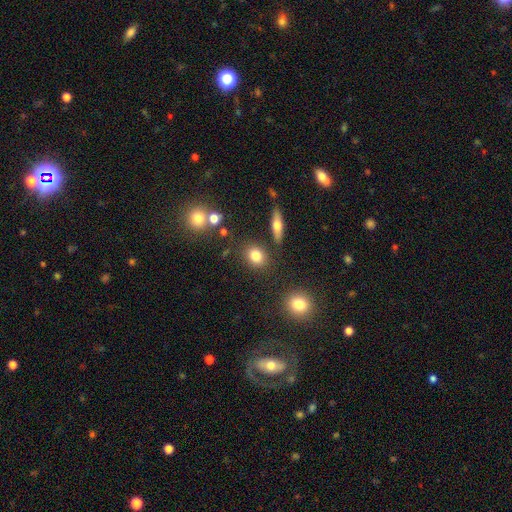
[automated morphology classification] Smooth or featured?
  - smooth: 80% *
  - star or artifact: 11%
  - featured or disk: 9%
How rounded?
  - round: 57% *
  - in between: 40%
  - cigar-shaped: 3%
Merging?
  - none: 82% *
  - minor disturbance: 10%
  - merger: 6%
  - major disturbance: 3%